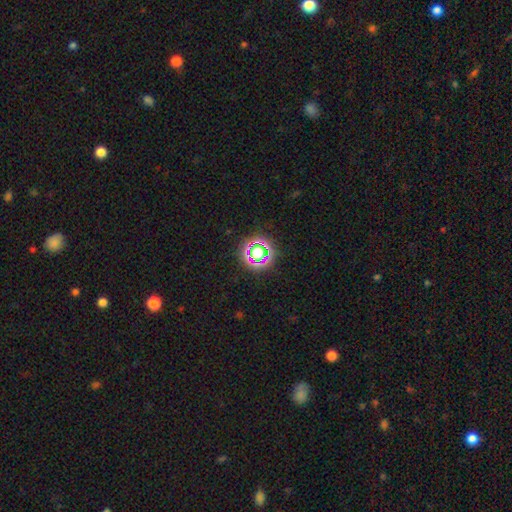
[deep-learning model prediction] Q: Smooth or featured?
A: star or artifact (55%); runner-up: smooth (33%)